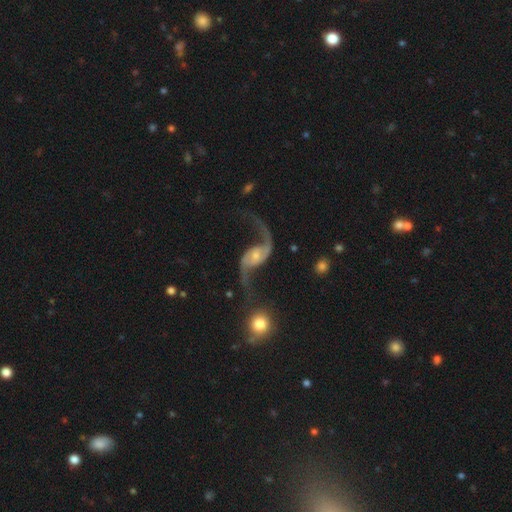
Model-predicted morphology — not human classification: Smooth or featured: featured or disk — 91% (smooth — 5%)
Edge-on disk: no — 97% (yes — 3%)
Bar: no — 46% (weak — 37%)
Spiral arms: yes — 97% (no — 3%)
Spiral winding: loose — 91% (medium — 7%)
Spiral arm count: 2 — 94% (1 — 2%)
Bulge size: small — 52% (moderate — 36%)
Merging: none — 60% (major disturbance — 17%)